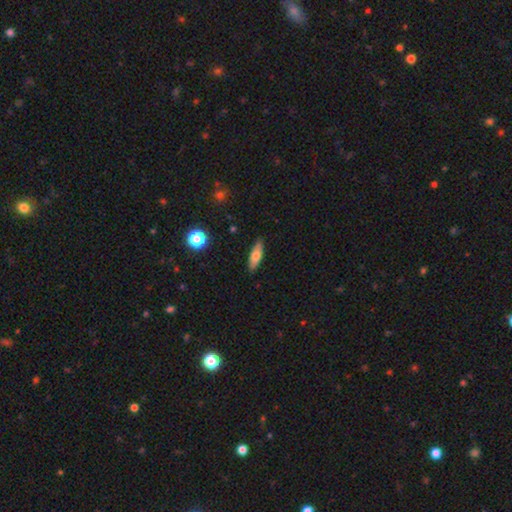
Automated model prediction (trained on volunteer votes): Smooth or featured? Predicted: smooth (p=0.68). How rounded? Predicted: in between (p=0.51). Merging? Predicted: none (p=0.87).